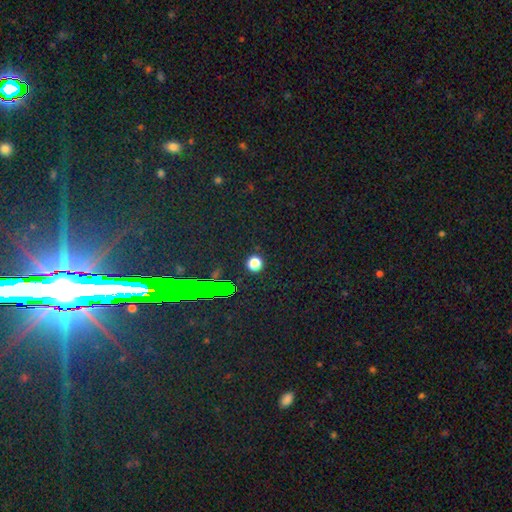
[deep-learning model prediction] Smooth or featured? star or artifact (80%)